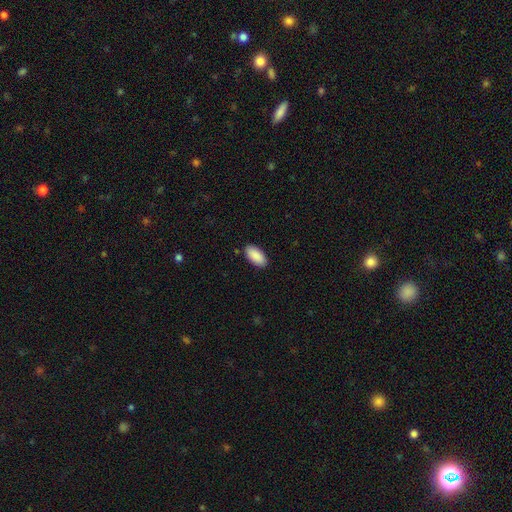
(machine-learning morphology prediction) smooth-or-featured: smooth: 91% | star or artifact: 6% | featured or disk: 3%
  how-rounded: in between: 94% | cigar-shaped: 4% | round: 2%
  merging: none: 88% | minor disturbance: 9% | major disturbance: 2% | merger: 1%